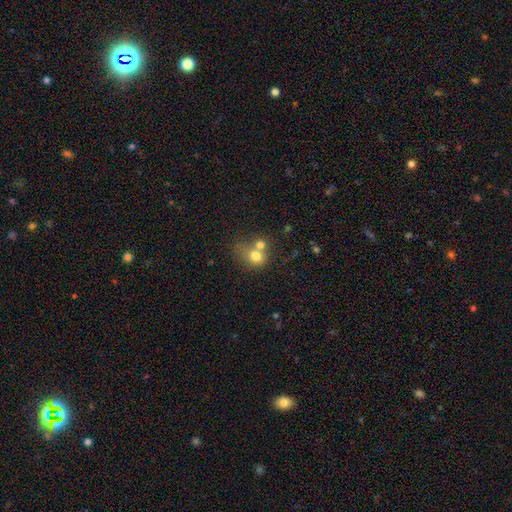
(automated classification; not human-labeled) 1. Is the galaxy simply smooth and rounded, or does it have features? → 74% smooth, 15% featured or disk, 12% star or artifact.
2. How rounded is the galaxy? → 64% round, 35% in between, 1% cigar-shaped.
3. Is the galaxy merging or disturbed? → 51% merger, 32% none, 11% minor disturbance, 6% major disturbance.